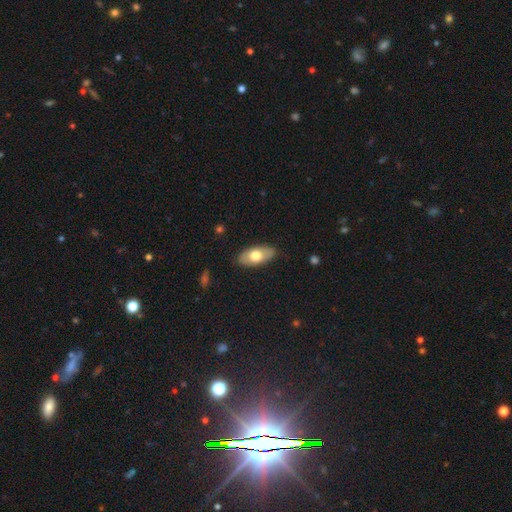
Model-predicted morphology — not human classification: A smooth galaxy with no disk features (61%) that is in between round and cigar-shaped (92%).

Vote fractions:
- Smooth or featured? smooth: 61% / featured or disk: 33% / star or artifact: 5%
- How rounded? in between: 92% / cigar-shaped: 5% / round: 4%
- Merging? none: 85% / minor disturbance: 12% / major disturbance: 2% / merger: 1%